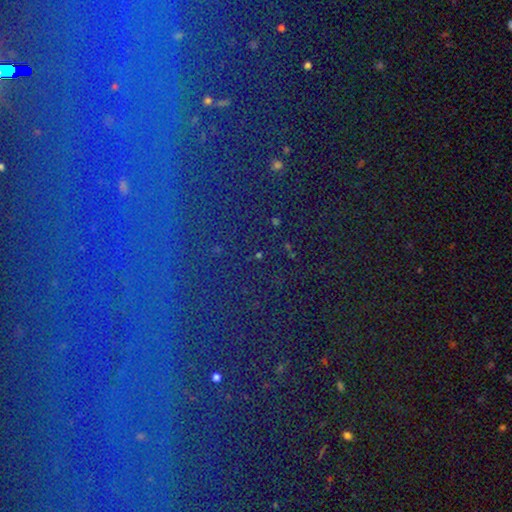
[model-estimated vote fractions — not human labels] Smooth or featured? star or artifact (84%)